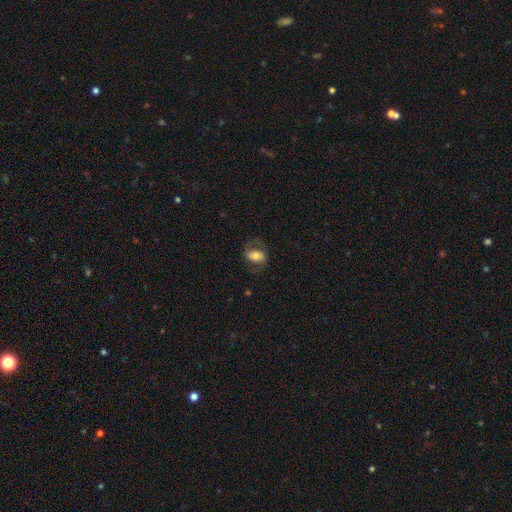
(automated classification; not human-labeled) smooth-or-featured: smooth: 49% | featured or disk: 43% | star or artifact: 8%
  merging: none: 65% | minor disturbance: 19% | major disturbance: 15% | merger: 1%